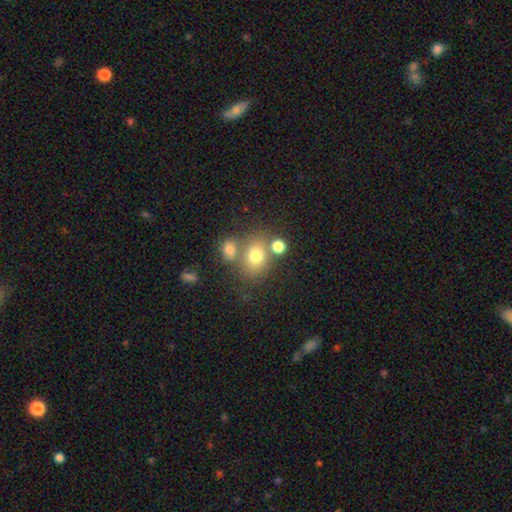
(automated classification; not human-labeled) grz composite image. It shows a smooth galaxy with no disk features (74%) that is round (51%). Merging: none (53%).